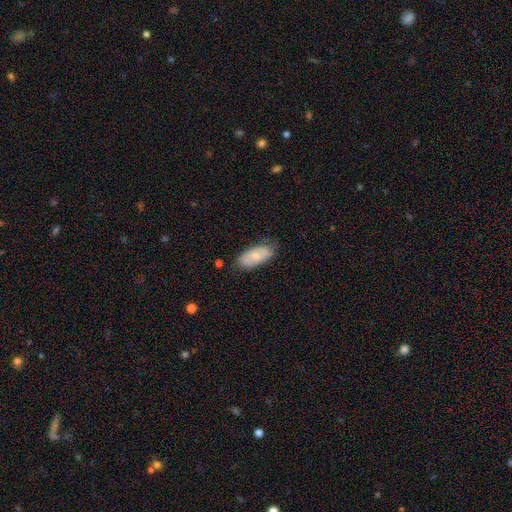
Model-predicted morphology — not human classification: This is likely a smooth galaxy (64%). How rounded: clearly in between (90%). Merging: likely none (70%).